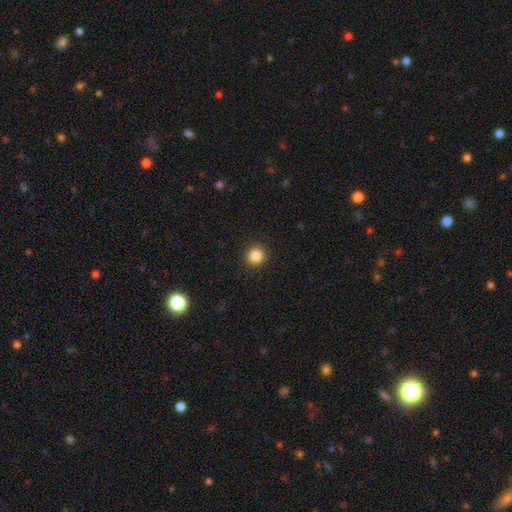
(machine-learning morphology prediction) Smooth or featured: smooth — 85% (star or artifact — 11%)
How rounded: round — 93% (in between — 6%)
Merging: none — 93% (minor disturbance — 5%)